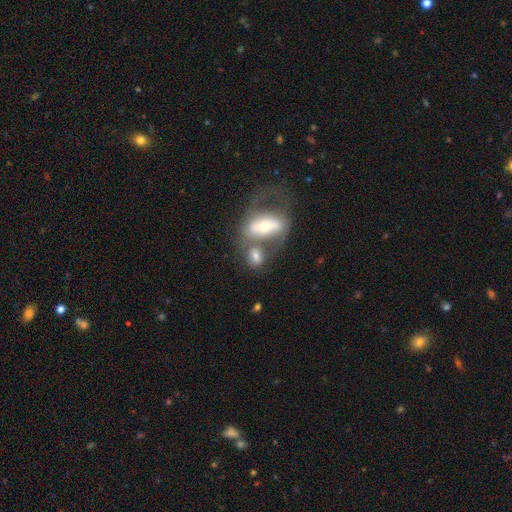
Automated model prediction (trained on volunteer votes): Smooth or featured? Predicted: smooth (p=0.54). How rounded? Predicted: in between (p=0.80). Merging? Predicted: merger (p=0.51).